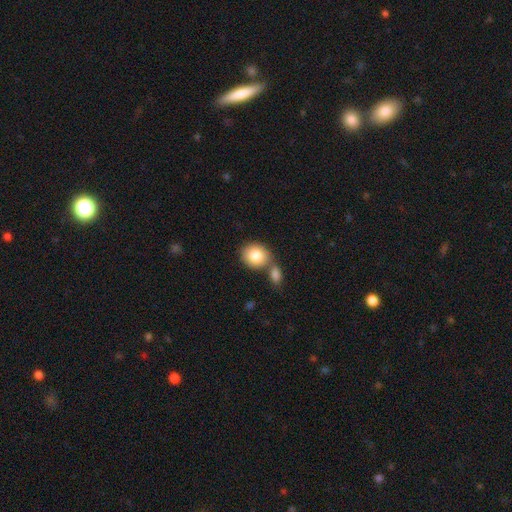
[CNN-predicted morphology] smooth 83%, featured or disk 10%, star or artifact 7%. Down the decision tree: how rounded — round (73%); merging — none (51%).